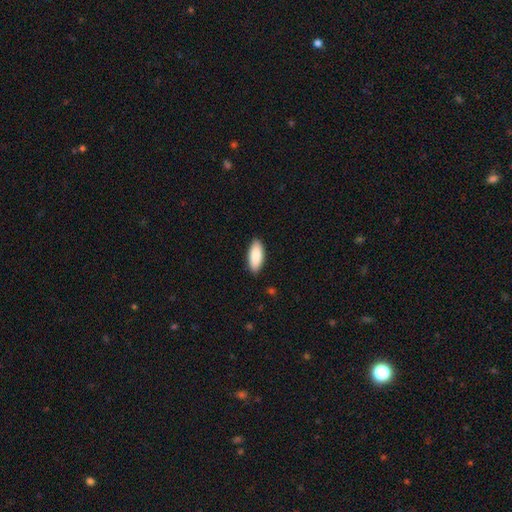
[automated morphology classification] Smooth or featured? smooth (89%)
How rounded? in between (85%)
Merging? none (89%)